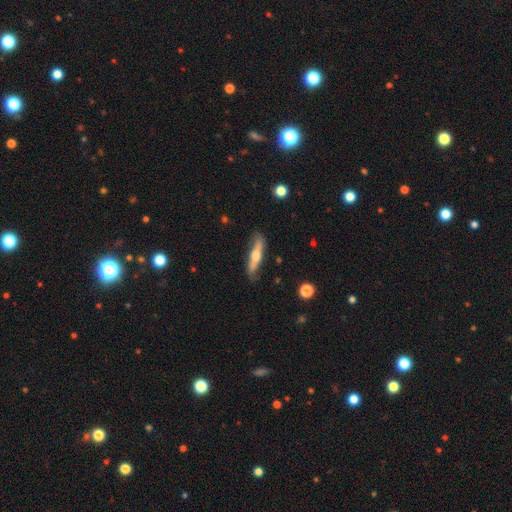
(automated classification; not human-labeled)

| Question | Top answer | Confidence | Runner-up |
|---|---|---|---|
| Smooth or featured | featured or disk | 52% | smooth (43%) |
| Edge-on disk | yes | 77% | no (23%) |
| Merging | none | 76% | minor disturbance (18%) |